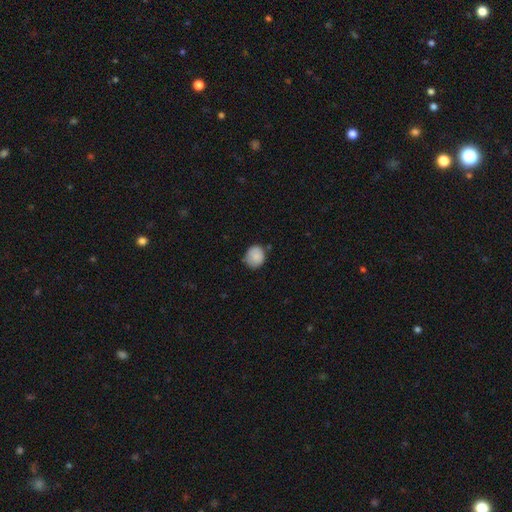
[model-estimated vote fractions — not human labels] This appears to be a smooth galaxy with no disk features (86%) that is round (80%). Merging: none (69%).